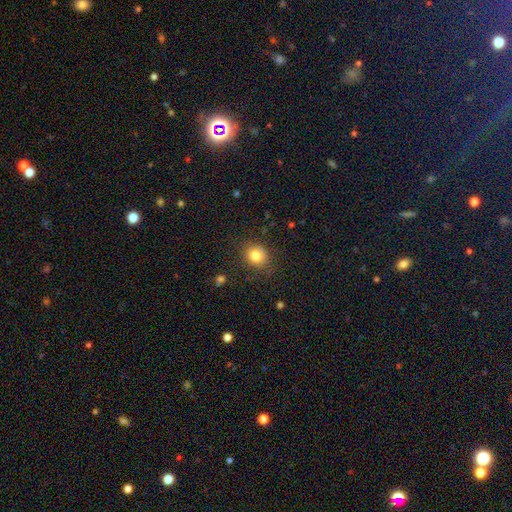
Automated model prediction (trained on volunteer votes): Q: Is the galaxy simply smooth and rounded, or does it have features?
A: smooth — 80%.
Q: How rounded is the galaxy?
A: round — 72%.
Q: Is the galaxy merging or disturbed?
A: none — 81%.